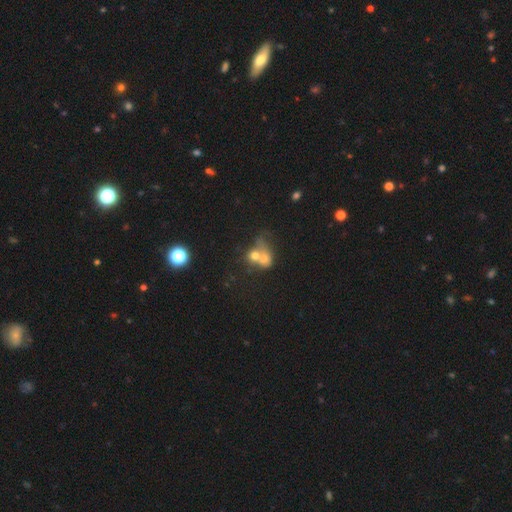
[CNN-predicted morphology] Smooth or featured? smooth (63%)
How rounded? round (61%)
Merging? merger (74%)